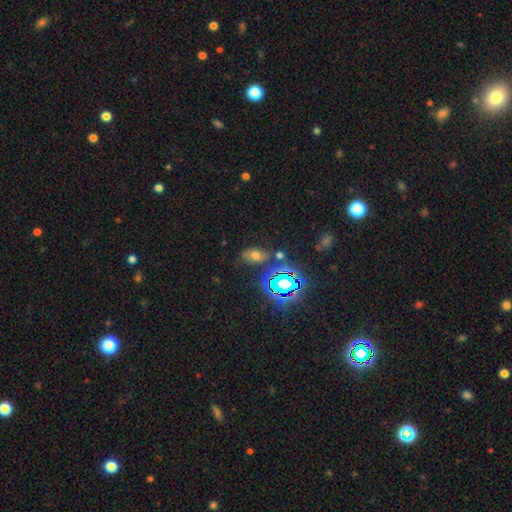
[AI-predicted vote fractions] Smooth or featured?
  - smooth: 45% *
  - star or artifact: 36%
  - featured or disk: 18%
Merging?
  - none: 65% *
  - minor disturbance: 19%
  - major disturbance: 8%
  - merger: 7%